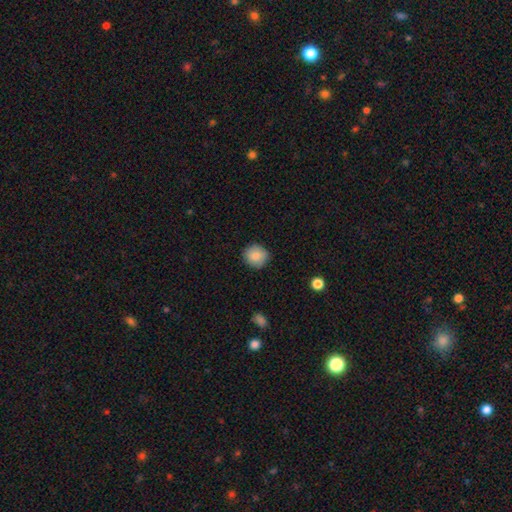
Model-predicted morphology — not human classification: This is clearly a smooth galaxy (85%). How rounded: clearly round (89%). Merging: clearly none (87%).